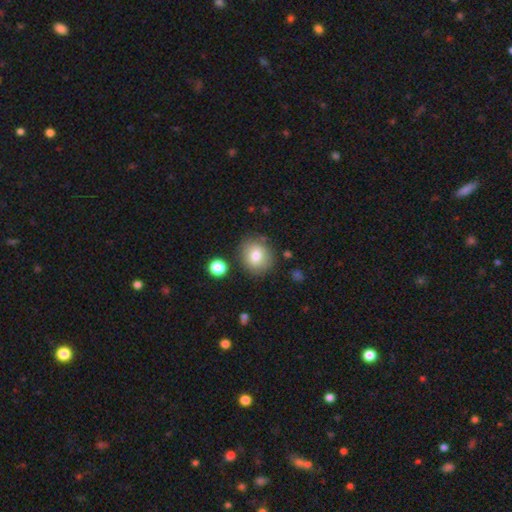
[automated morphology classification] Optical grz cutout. It shows a smooth galaxy with no disk features (77%) that is round (77%). Merging: none (80%).